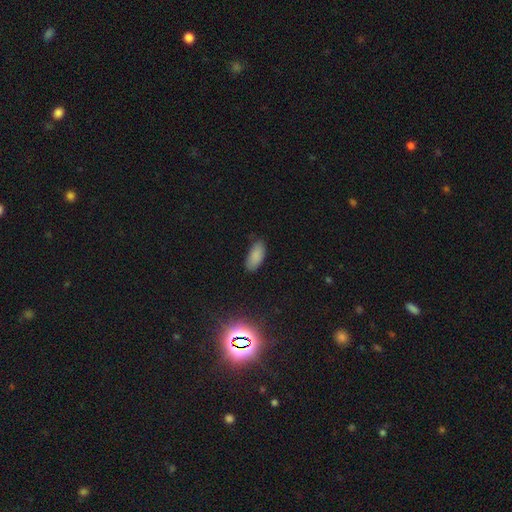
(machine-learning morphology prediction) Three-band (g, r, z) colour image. It shows a smooth galaxy with no disk features (85%) that is in between round and cigar-shaped (89%). Merging: none (74%).